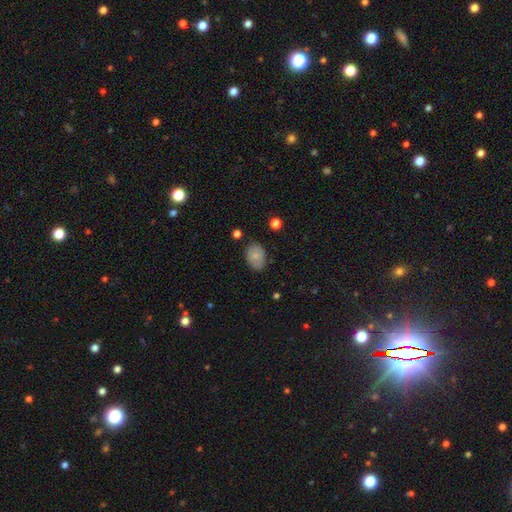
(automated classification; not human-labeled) This is likely a smooth galaxy (78%). How rounded: clearly in between (80%). Merging: likely none (79%).